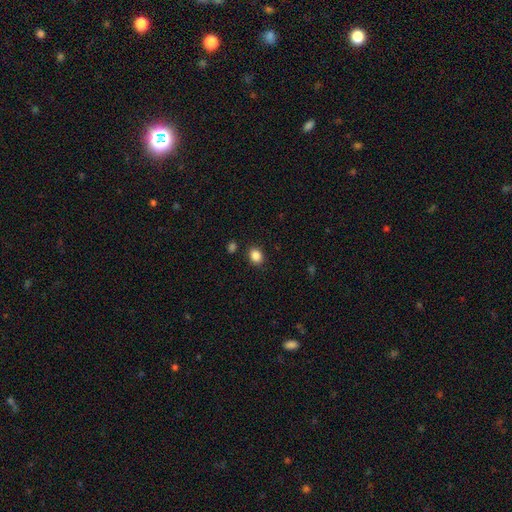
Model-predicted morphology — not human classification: smooth-or-featured: smooth: 86% | star or artifact: 10% | featured or disk: 4%
  how-rounded: in between: 50% | round: 49% | cigar-shaped: 1%
  merging: none: 87% | minor disturbance: 8% | merger: 3% | major disturbance: 2%